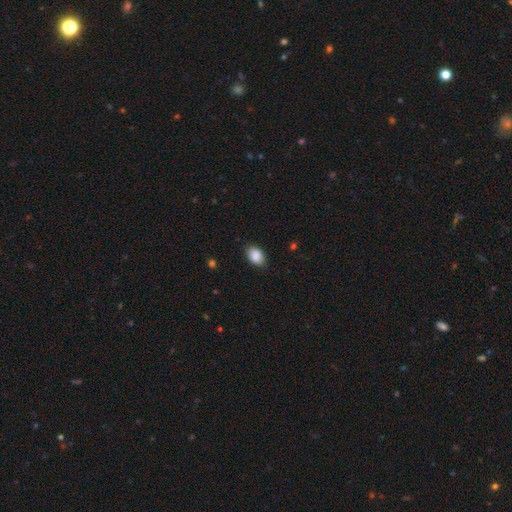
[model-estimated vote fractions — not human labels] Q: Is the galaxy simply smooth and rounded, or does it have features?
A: smooth — 89%.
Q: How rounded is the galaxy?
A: in between — 87%.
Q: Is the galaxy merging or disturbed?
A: none — 85%.